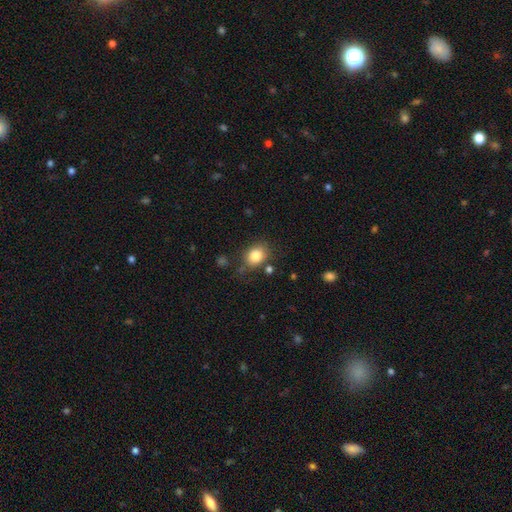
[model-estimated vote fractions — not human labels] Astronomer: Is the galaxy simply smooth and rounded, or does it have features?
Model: smooth — 82%.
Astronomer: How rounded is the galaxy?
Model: in between — 54% (runner-up: round, 45%).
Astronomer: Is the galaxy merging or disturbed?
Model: none — 75%.